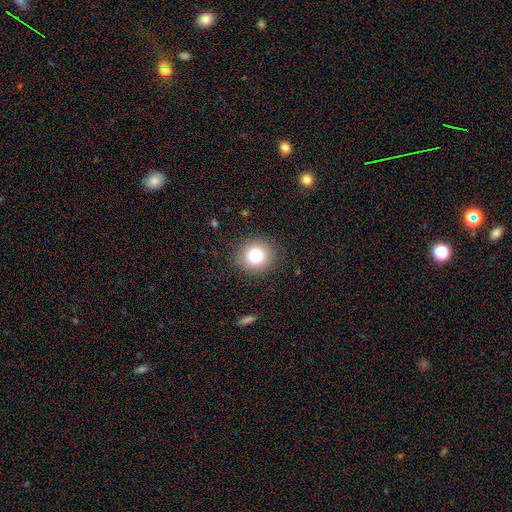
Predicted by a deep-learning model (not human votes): This appears to be a smooth galaxy with no disk features (80%) that is round (86%). Merging: none (88%).